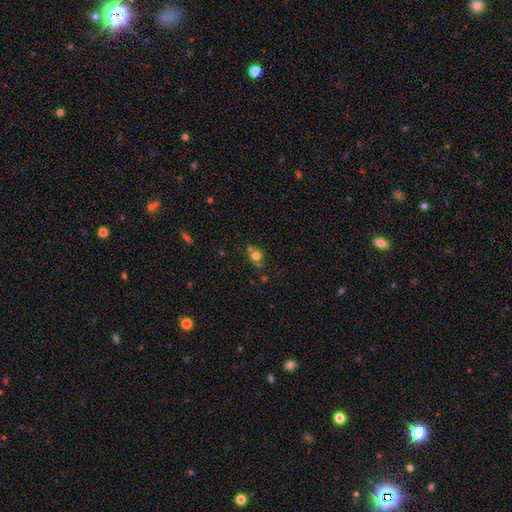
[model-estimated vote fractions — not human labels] Smooth or featured? Predicted: smooth (p=0.71). How rounded? Predicted: round (p=0.85). Merging? Predicted: none (p=0.55).